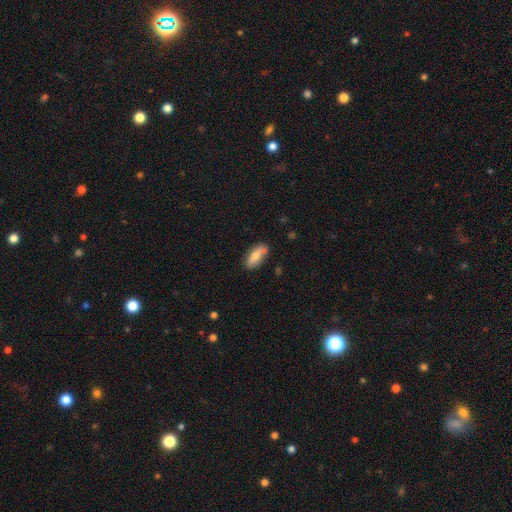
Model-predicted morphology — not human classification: Smooth or featured? Predicted: smooth (p=0.69). How rounded? Predicted: in between (p=0.74). Merging? Predicted: none (p=0.75).